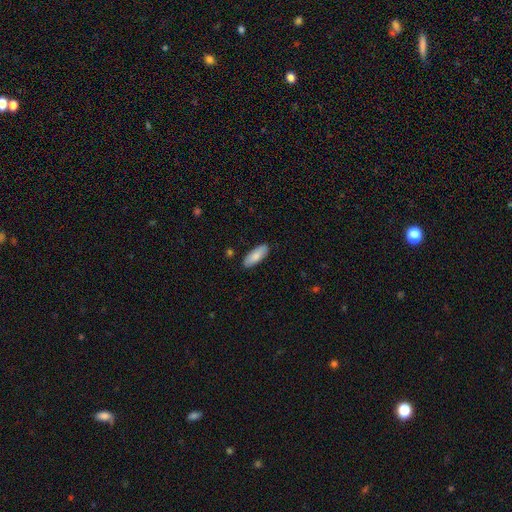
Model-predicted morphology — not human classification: smooth_or_featured: smooth (p=0.84) [alt: featured or disk p=0.11]
how_rounded: in between (p=0.74) [alt: cigar-shaped p=0.24]
merging: none (p=0.88) [alt: minor disturbance p=0.09]